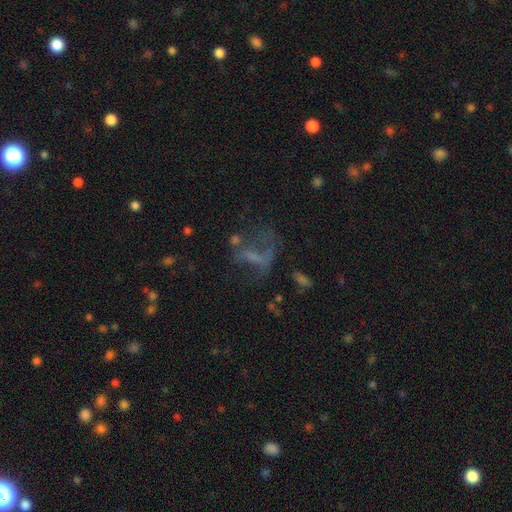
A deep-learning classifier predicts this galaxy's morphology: featured or disk 44%, smooth 30%, star or artifact 26%. Down the decision tree: merging — major disturbance (41%).